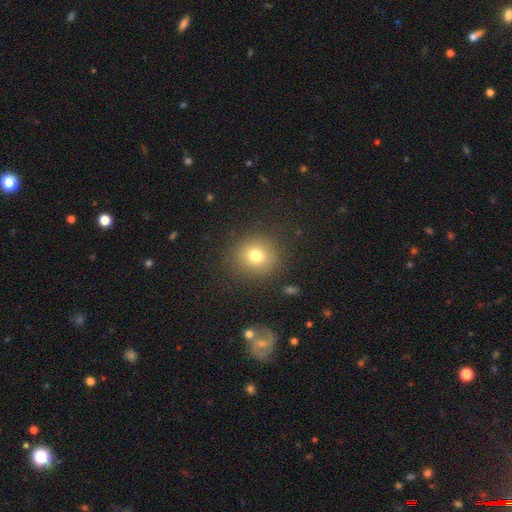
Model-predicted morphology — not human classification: A smooth galaxy with no disk features (75%) that is round (89%). Merging: none (88%).